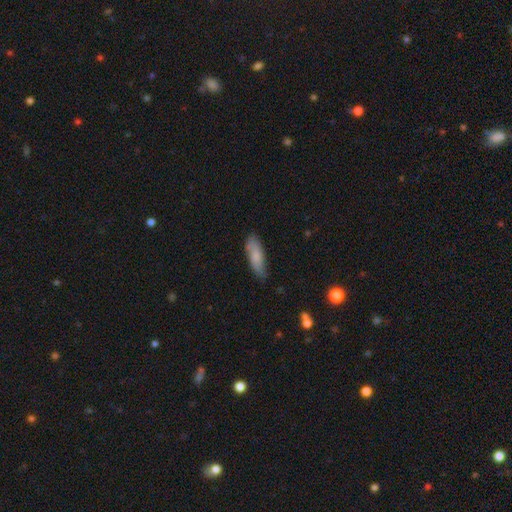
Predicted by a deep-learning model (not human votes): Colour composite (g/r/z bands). It shows a smooth galaxy with no disk features (73%) that is in between round and cigar-shaped (56%). Merging: none (72%).